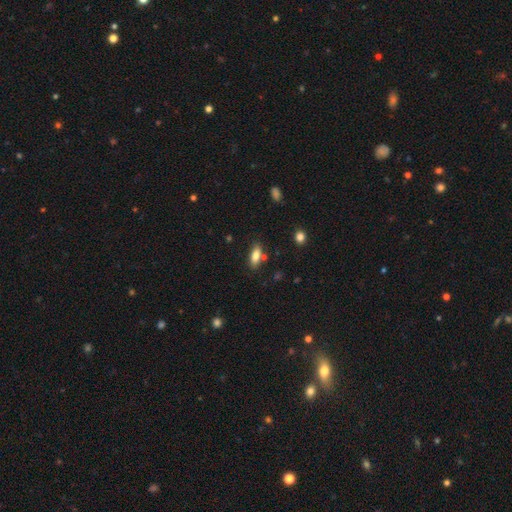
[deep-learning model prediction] Smooth or featured? smooth (81%)
How rounded? in between (76%)
Merging? none (74%)